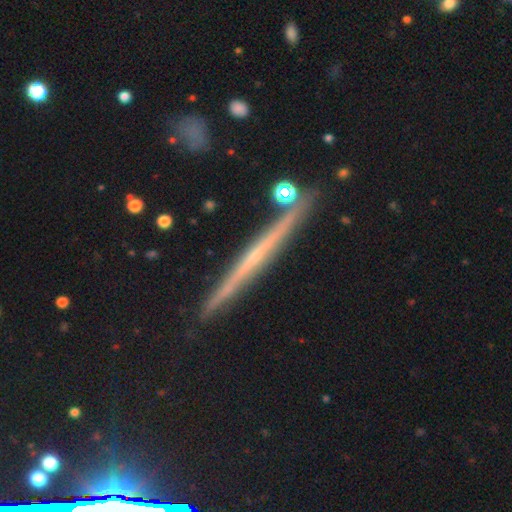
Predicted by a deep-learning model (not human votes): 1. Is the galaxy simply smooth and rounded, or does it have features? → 69% featured or disk, 19% smooth, 12% star or artifact.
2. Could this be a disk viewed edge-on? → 97% yes, 3% no.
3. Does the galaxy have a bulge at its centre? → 64% none, 30% rounded, 6% boxy.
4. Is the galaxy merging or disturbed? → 89% none, 8% minor disturbance, 2% merger, 2% major disturbance.